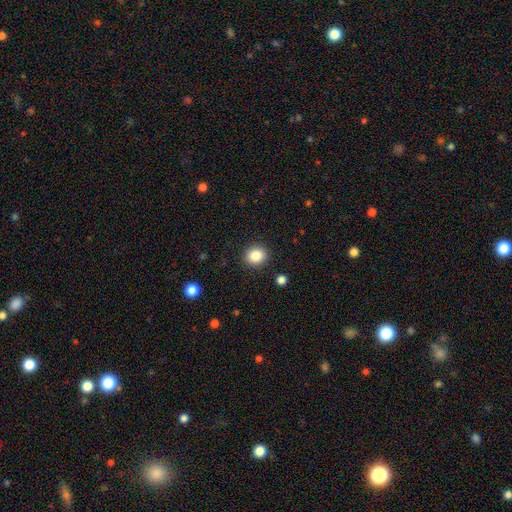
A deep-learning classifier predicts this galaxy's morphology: A smooth galaxy with no disk features (85%) that is round (78%).

Vote fractions:
- Smooth or featured? smooth: 85% / star or artifact: 10% / featured or disk: 5%
- How rounded? round: 78% / in between: 21% / cigar-shaped: 1%
- Merging? none: 90% / minor disturbance: 6% / major disturbance: 2% / merger: 1%